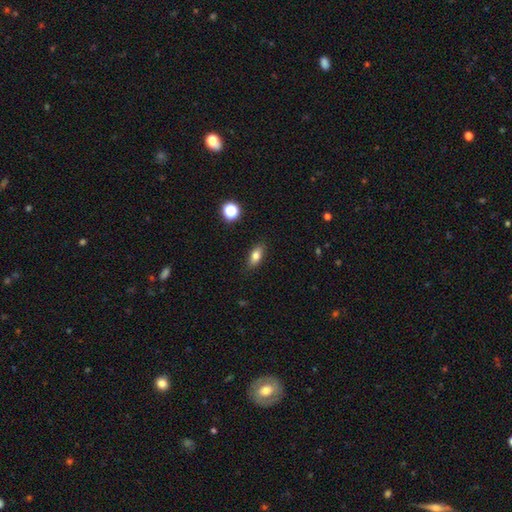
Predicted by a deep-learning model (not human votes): A smooth galaxy with no disk features (77%) that is in between round and cigar-shaped (79%). Merging: none (86%).